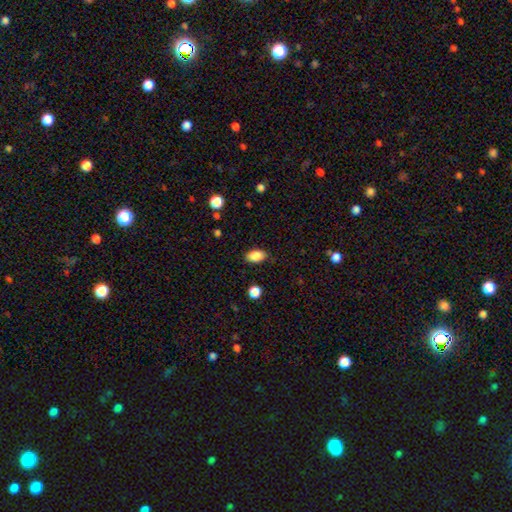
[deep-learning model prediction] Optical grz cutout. It shows a smooth galaxy with no disk features (87%) that is in between round and cigar-shaped (90%). Merging: none (83%).